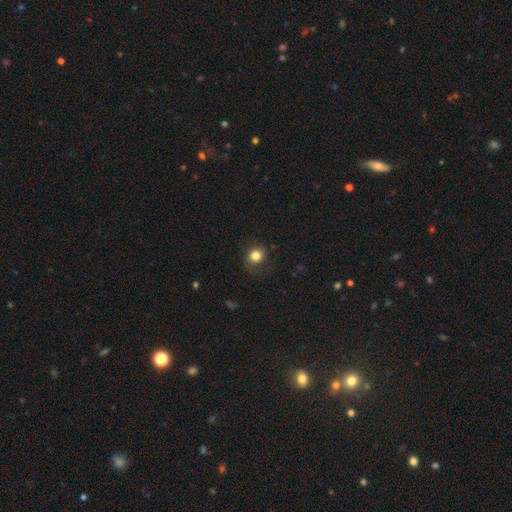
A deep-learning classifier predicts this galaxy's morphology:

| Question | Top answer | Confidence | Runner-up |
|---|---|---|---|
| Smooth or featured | smooth | 81% | star or artifact (11%) |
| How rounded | round | 81% | in between (18%) |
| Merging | none | 78% | minor disturbance (14%) |